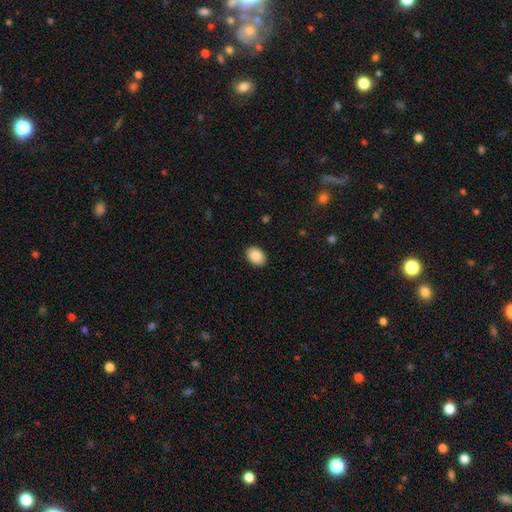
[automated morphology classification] A smooth galaxy with no disk features (89%) that is in between round and cigar-shaped (79%).

Vote fractions:
- Smooth or featured? smooth: 89% / star or artifact: 7% / featured or disk: 4%
- How rounded? in between: 79% / round: 20% / cigar-shaped: 1%
- Merging? none: 89% / minor disturbance: 8% / major disturbance: 2% / merger: 1%